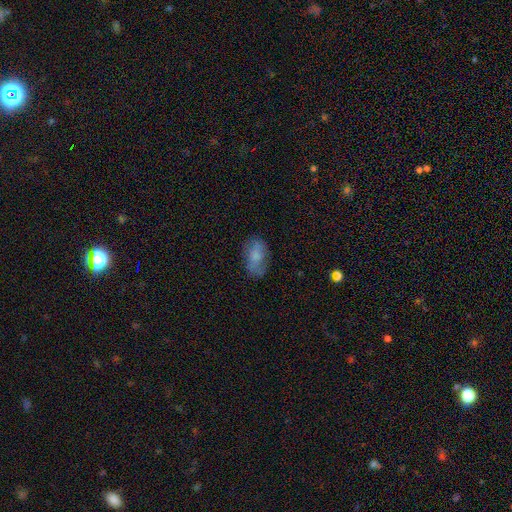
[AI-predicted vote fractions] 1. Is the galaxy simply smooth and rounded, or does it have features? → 70% smooth, 21% featured or disk, 9% star or artifact.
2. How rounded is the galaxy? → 90% in between, 8% round, 3% cigar-shaped.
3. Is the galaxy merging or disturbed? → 66% none, 23% minor disturbance, 10% major disturbance, 2% merger.